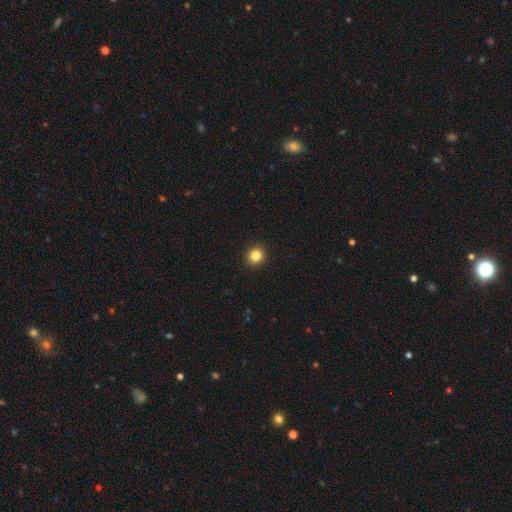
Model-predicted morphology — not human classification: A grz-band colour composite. It shows a smooth galaxy with no disk features (84%) that is round (92%). Merging: none (93%).